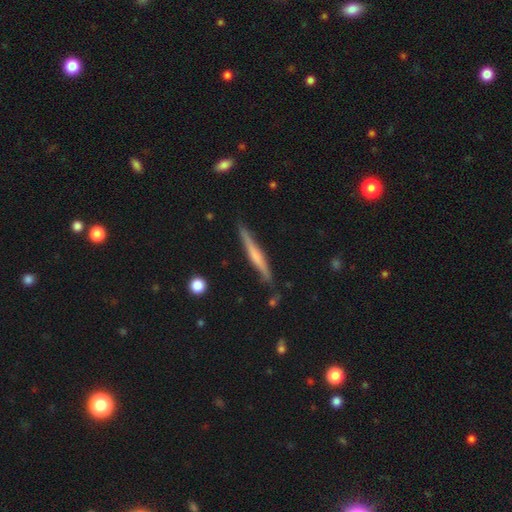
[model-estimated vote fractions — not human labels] The model was most divided on "smooth or featured": featured or disk: 51%, smooth: 44%, star or artifact: 6%. More confident: edge-on disk — yes (96%); merging — none (82%).